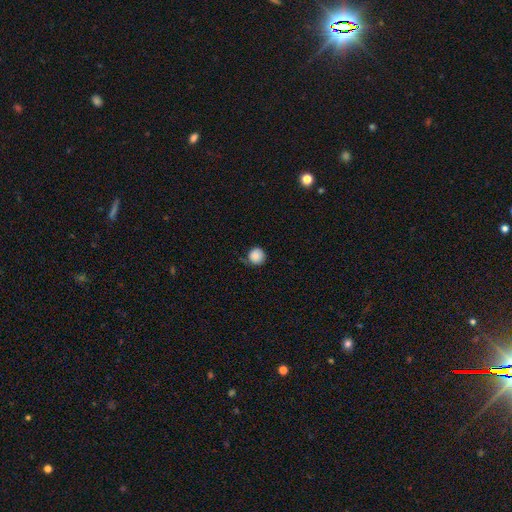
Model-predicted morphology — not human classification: Overall: smooth (86%). How rounded: round (94%). Merging: none (73%).